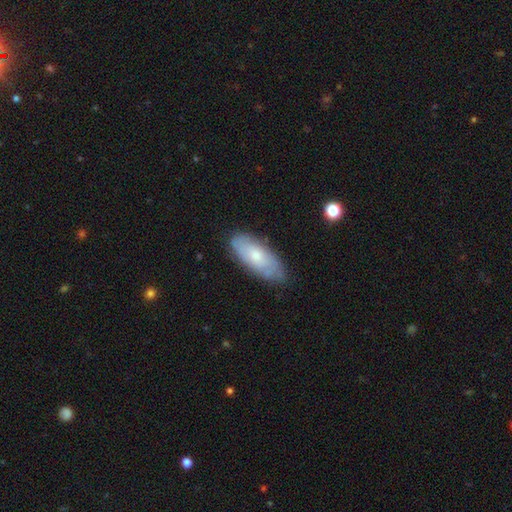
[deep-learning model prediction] Overall: smooth (58%; featured or disk 35%). How rounded: in between (81%). Merging: none (78%).